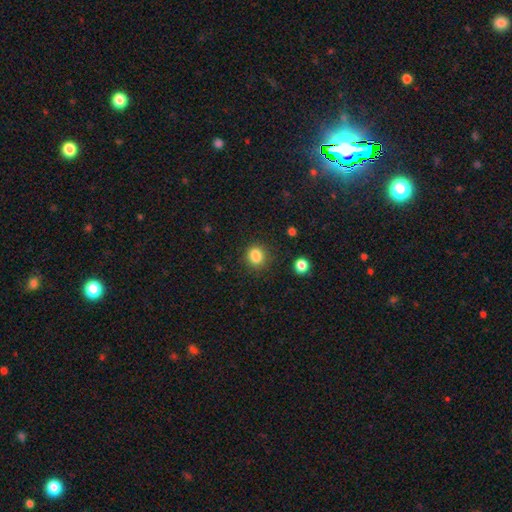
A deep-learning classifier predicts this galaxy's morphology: This appears to be a smooth galaxy with no disk features (85%) that is round (72%). Merging: none (84%).